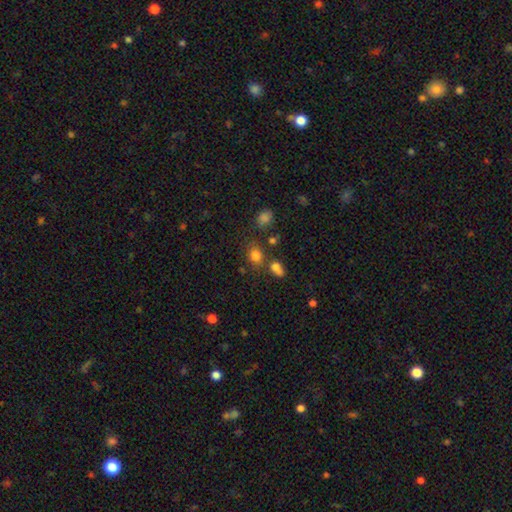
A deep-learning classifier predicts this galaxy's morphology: Smooth or featured? Predicted: smooth (p=0.78). How rounded? Predicted: round (p=0.59). Merging? Predicted: none (p=0.66).